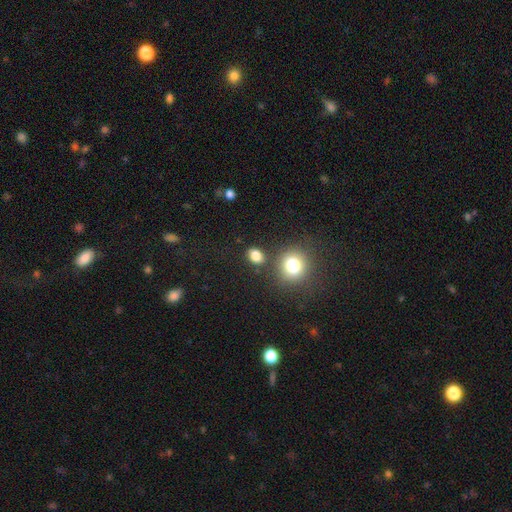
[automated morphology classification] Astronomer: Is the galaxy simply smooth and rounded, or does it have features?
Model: smooth — 81%.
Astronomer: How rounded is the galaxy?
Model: in between — 56% (runner-up: round, 43%).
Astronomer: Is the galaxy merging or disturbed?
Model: none — 77%.